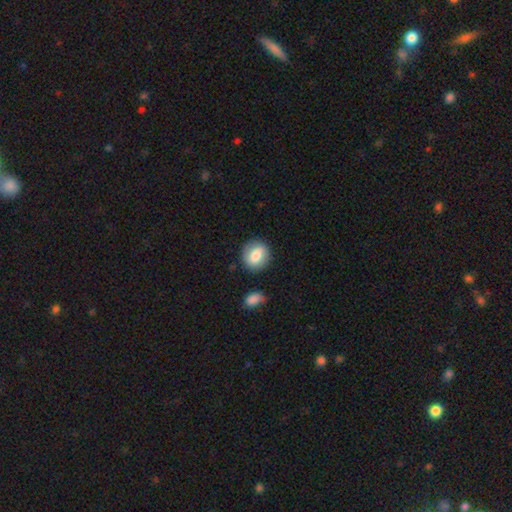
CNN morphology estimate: Smooth or featured?
  - smooth: 73% *
  - featured or disk: 20%
  - star or artifact: 7%
How rounded?
  - round: 66% *
  - in between: 33%
  - cigar-shaped: 1%
Merging?
  - none: 82% *
  - minor disturbance: 12%
  - merger: 3%
  - major disturbance: 3%